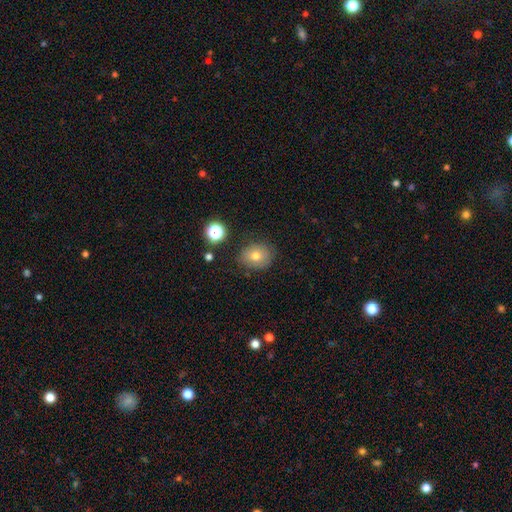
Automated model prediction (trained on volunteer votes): Smooth or featured? smooth (75%)
How rounded? round (64%)
Merging? none (78%)